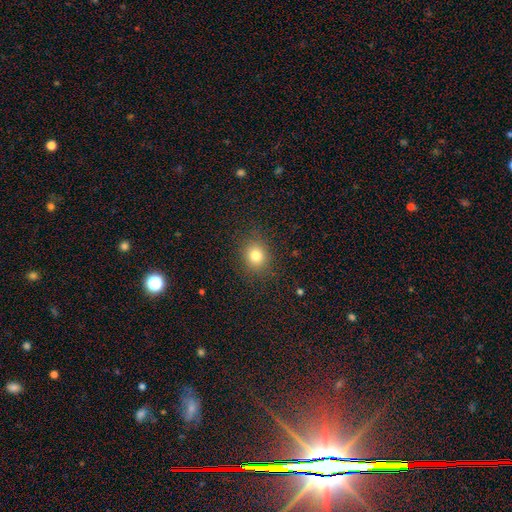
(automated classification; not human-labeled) A smooth galaxy with no disk features (79%) that is round (71%).

Vote fractions:
- Smooth or featured? smooth: 79% / star or artifact: 13% / featured or disk: 7%
- How rounded? round: 71% / in between: 28% / cigar-shaped: 1%
- Merging? none: 87% / minor disturbance: 9% / major disturbance: 3% / merger: 1%